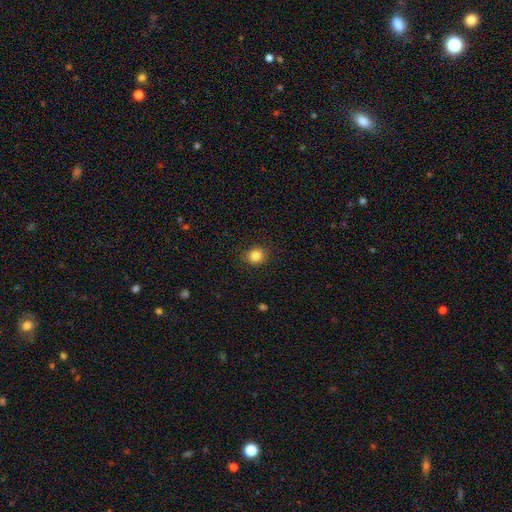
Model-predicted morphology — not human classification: smooth 84%, star or artifact 11%, featured or disk 5%. Down the decision tree: how rounded — round (83%); merging — none (89%).